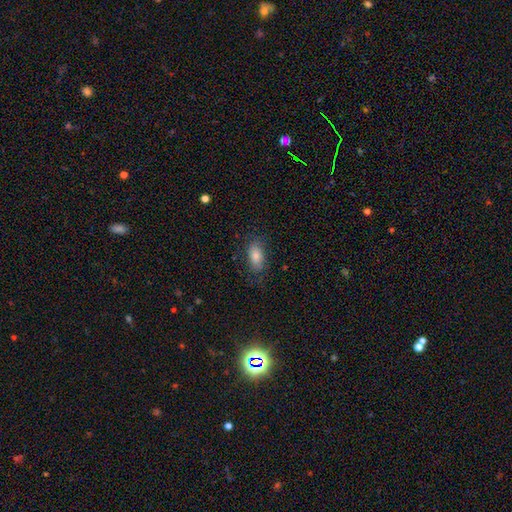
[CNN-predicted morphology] Smooth or featured: smooth — 73% (featured or disk — 13%)
How rounded: in between — 87% (cigar-shaped — 7%)
Merging: none — 77% (minor disturbance — 16%)